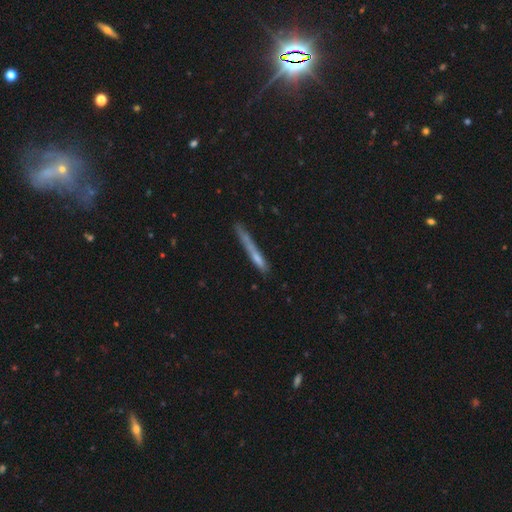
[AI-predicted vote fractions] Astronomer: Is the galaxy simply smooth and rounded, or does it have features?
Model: smooth — 58% (runner-up: featured or disk, 33%).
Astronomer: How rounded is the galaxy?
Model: cigar-shaped — 96%.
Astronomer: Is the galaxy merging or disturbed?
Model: none — 67%.